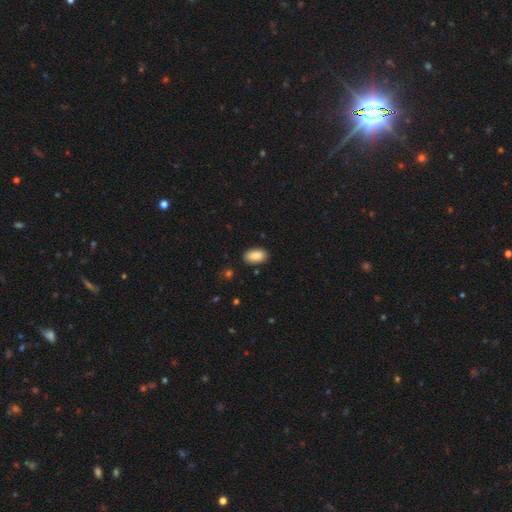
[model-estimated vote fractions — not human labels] A smooth galaxy with no disk features (89%) that is in between round and cigar-shaped (93%). Merging: none (86%).